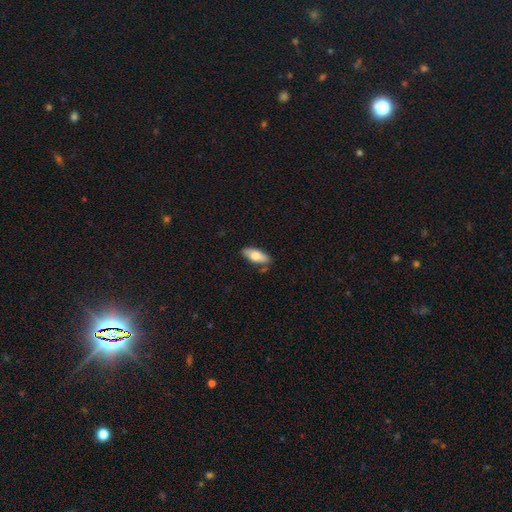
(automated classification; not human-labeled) Overall: smooth (74%). How rounded: in between (79%). Merging: none (78%).